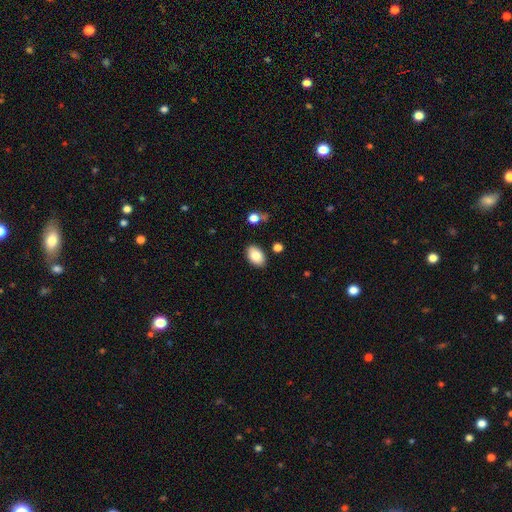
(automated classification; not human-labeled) Overall: smooth (85%). How rounded: in between (89%). Merging: none (84%).